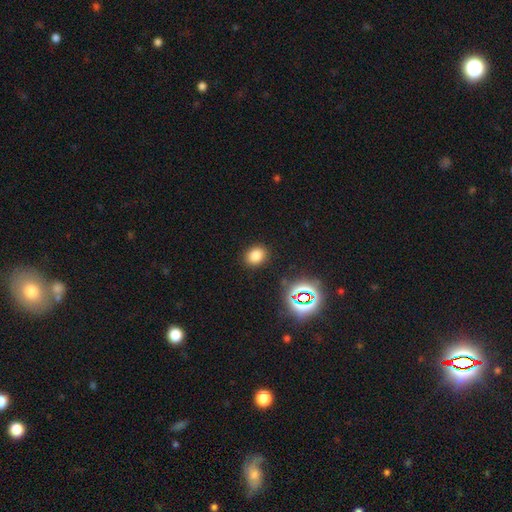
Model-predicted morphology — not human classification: smooth-or-featured: smooth: 77% | star or artifact: 17% | featured or disk: 6%
  how-rounded: in between: 50% | round: 49% | cigar-shaped: 1%
  merging: none: 88% | minor disturbance: 8% | major disturbance: 3% | merger: 1%